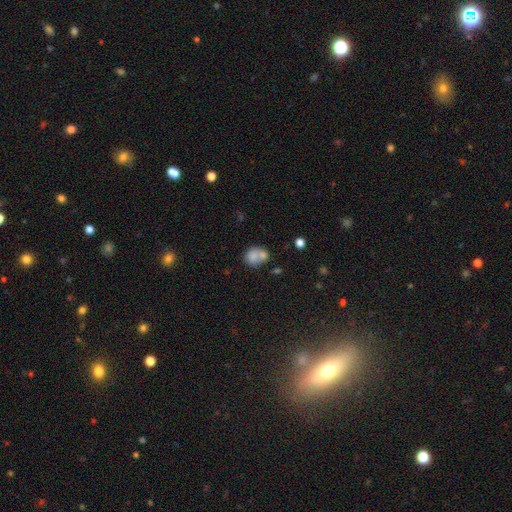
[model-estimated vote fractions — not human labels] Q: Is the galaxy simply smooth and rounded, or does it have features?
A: smooth — 75%.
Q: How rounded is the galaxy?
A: round — 63%.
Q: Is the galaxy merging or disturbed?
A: merger — 46%.